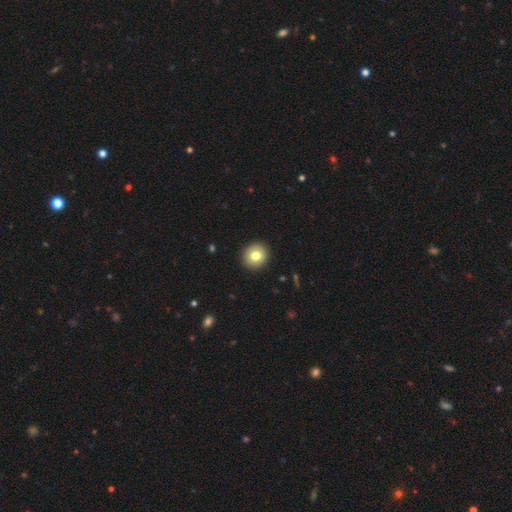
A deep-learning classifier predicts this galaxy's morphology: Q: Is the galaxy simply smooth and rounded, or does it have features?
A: smooth — 79%.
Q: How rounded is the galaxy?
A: round — 87%.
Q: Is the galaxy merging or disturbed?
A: none — 92%.